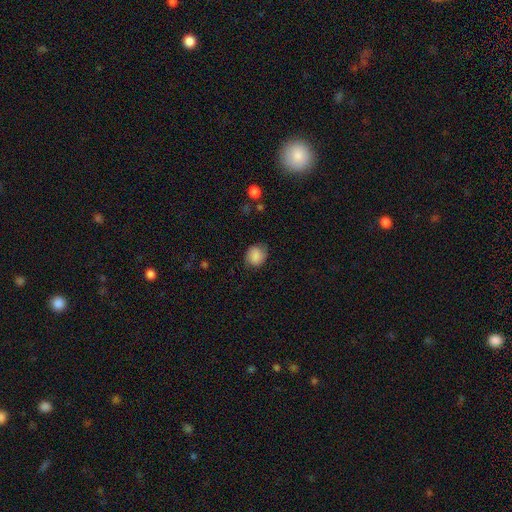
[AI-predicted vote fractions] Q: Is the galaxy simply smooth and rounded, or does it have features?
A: smooth — 85%.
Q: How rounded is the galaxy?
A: round — 69%.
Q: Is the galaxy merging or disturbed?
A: none — 76%.